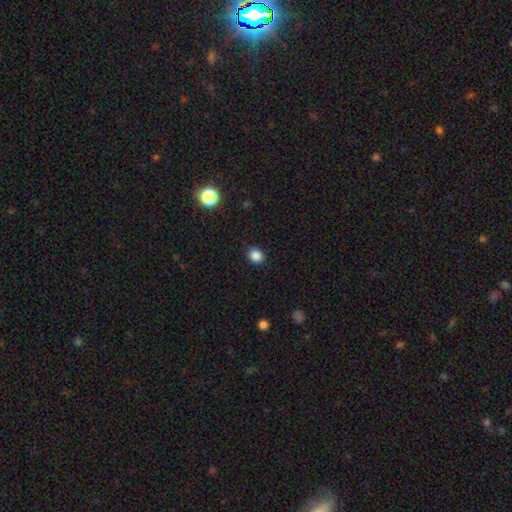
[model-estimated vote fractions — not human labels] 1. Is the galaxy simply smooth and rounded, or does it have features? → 86% smooth, 11% star or artifact, 3% featured or disk.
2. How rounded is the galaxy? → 73% round, 26% in between, 1% cigar-shaped.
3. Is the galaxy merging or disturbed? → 90% none, 7% minor disturbance, 2% major disturbance, 1% merger.